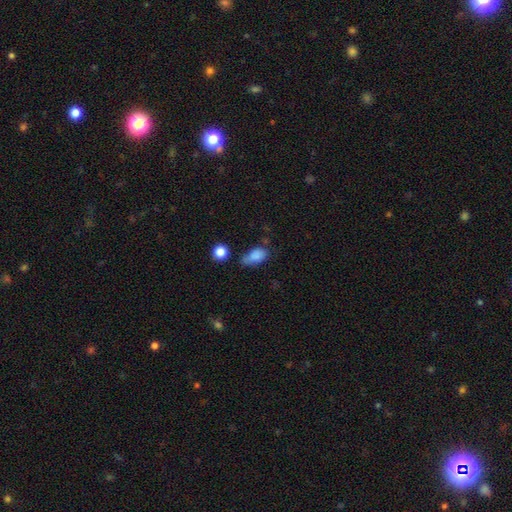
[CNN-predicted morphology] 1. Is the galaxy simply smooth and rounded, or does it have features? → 81% smooth, 10% star or artifact, 9% featured or disk.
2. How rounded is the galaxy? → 84% in between, 12% round, 4% cigar-shaped.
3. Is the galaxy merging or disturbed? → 43% none, 35% minor disturbance, 13% major disturbance, 9% merger.